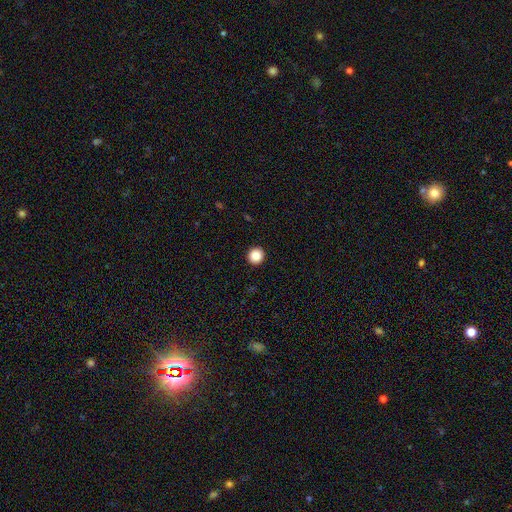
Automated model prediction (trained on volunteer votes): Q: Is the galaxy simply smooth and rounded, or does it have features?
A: smooth — 86%.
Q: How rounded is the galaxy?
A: round — 94%.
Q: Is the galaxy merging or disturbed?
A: none — 94%.